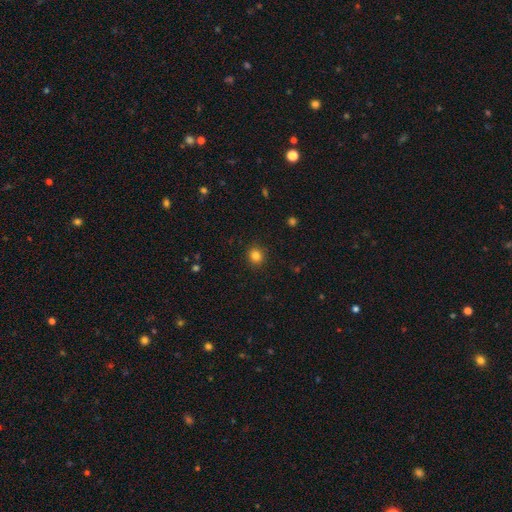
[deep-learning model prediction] Q: Smooth or featured?
A: smooth (84%); runner-up: star or artifact (12%)
Q: How rounded?
A: round (85%); runner-up: in between (14%)
Q: Merging?
A: none (90%); runner-up: minor disturbance (6%)